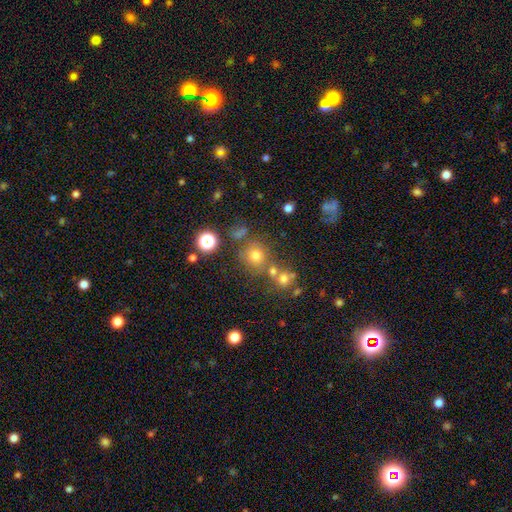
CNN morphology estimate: This appears to be a smooth galaxy with no disk features (65%) that is round (88%). Merging: none (67%).